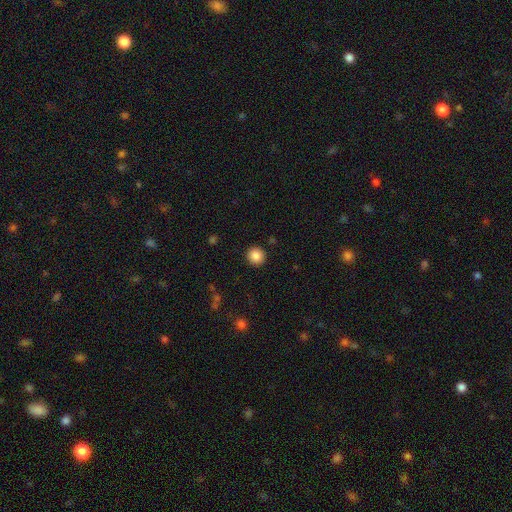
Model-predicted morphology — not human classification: This appears to be a smooth galaxy with no disk features (87%) that is round (93%). Merging: none (92%).